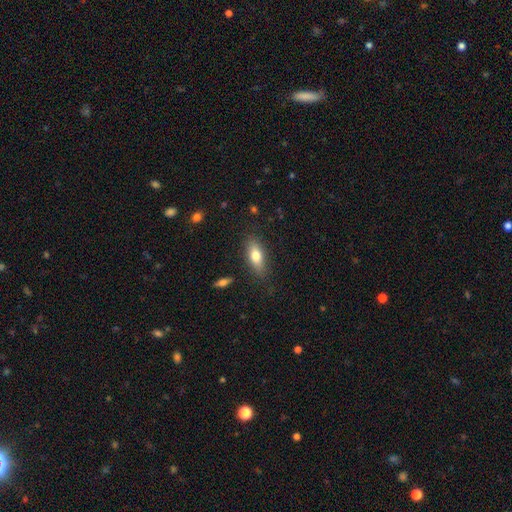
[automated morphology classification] type=smooth (76%); roundness=in between (76%); merging=none (82%).